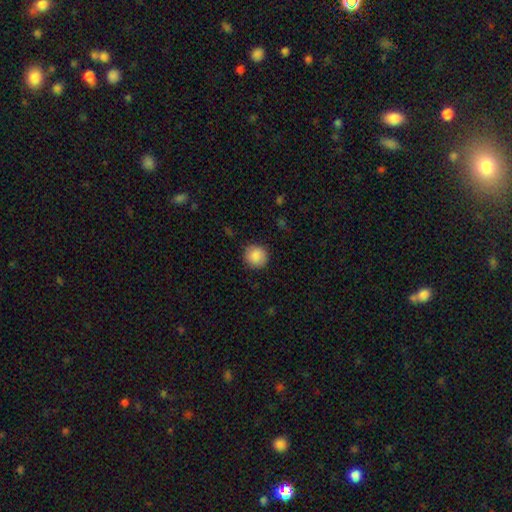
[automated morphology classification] This is clearly a smooth galaxy (89%). How rounded: clearly round (92%). Merging: clearly none (89%).